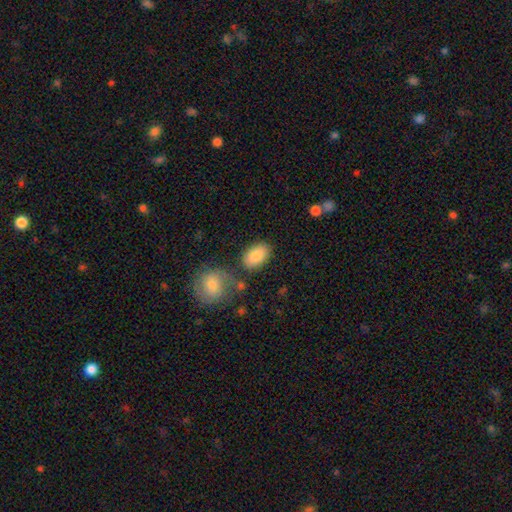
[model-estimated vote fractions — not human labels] Smooth or featured?
  - smooth: 85% *
  - featured or disk: 8%
  - star or artifact: 7%
How rounded?
  - in between: 90% *
  - round: 8%
  - cigar-shaped: 1%
Merging?
  - none: 75% *
  - minor disturbance: 13%
  - merger: 9%
  - major disturbance: 4%